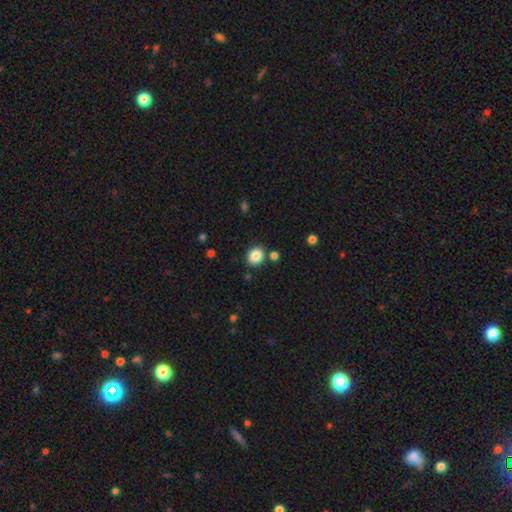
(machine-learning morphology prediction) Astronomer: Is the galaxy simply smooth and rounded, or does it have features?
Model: smooth — 86%.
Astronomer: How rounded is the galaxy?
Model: round — 61% (runner-up: in between, 38%).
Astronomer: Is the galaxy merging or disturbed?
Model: none — 82%.